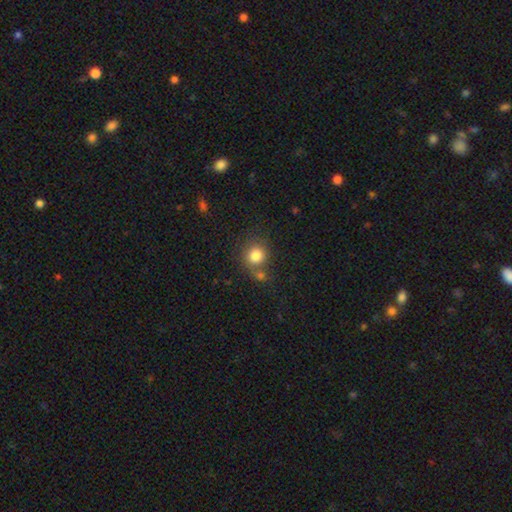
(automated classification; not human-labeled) Morphology: type=smooth (82%); roundness=round (85%); merging=none (61%).